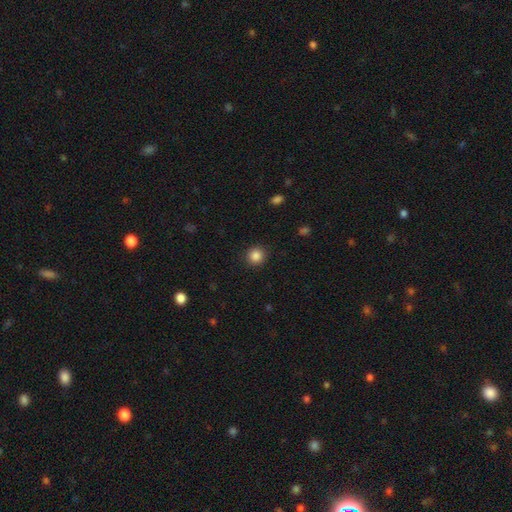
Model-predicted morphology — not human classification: This is clearly a smooth galaxy (86%). How rounded: clearly round (92%). Merging: clearly none (91%).